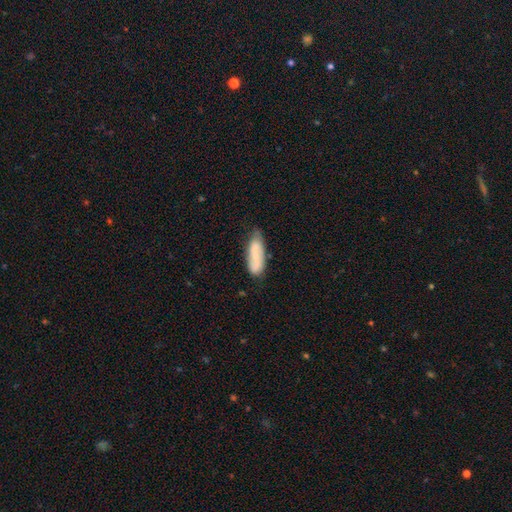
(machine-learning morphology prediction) smooth-or-featured: smooth: 59% | featured or disk: 34% | star or artifact: 7%
  how-rounded: in between: 66% | cigar-shaped: 32% | round: 2%
  merging: none: 64% | minor disturbance: 28% | major disturbance: 6% | merger: 2%